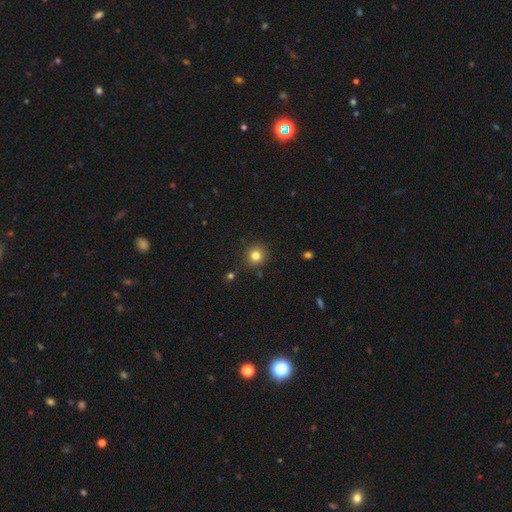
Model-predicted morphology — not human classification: smooth 81%, star or artifact 13%, featured or disk 6%. Down the decision tree: how rounded — round (92%); merging — none (90%).